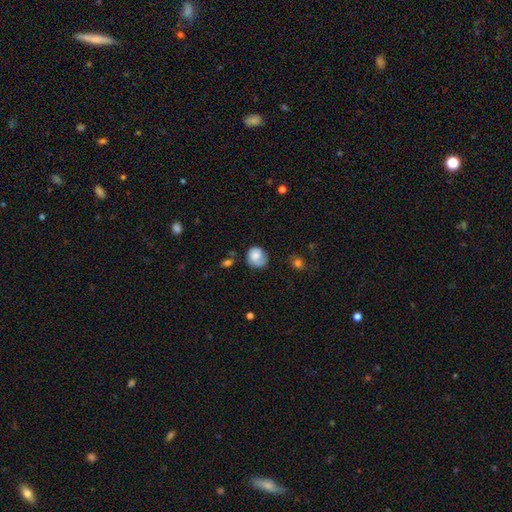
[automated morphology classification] smooth_or_featured: smooth (p=0.63) [alt: featured or disk p=0.29]
how_rounded: round (p=0.75) [alt: in between p=0.24]
merging: none (p=0.58) [alt: minor disturbance p=0.27]